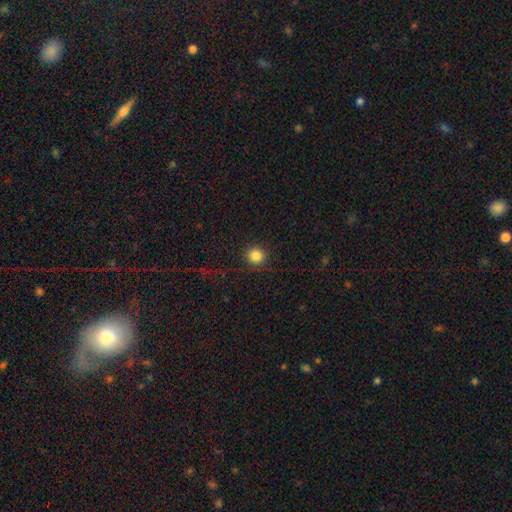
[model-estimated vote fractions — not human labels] Q: Smooth or featured?
A: smooth (85%); runner-up: star or artifact (12%)
Q: How rounded?
A: round (89%); runner-up: in between (10%)
Q: Merging?
A: none (88%); runner-up: minor disturbance (8%)